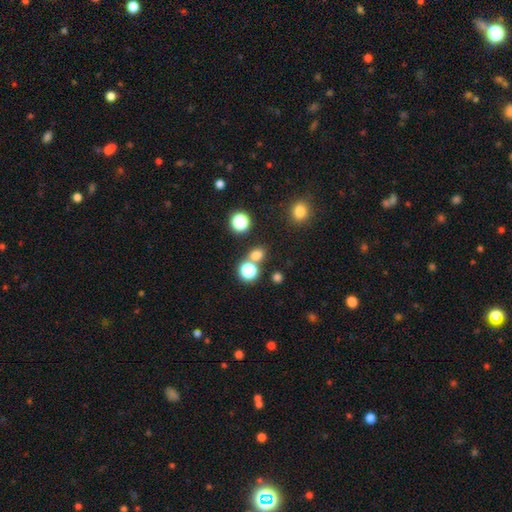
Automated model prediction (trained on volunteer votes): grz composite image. It shows a smooth galaxy with no disk features (68%) that is round (71%). Merging: none (67%).